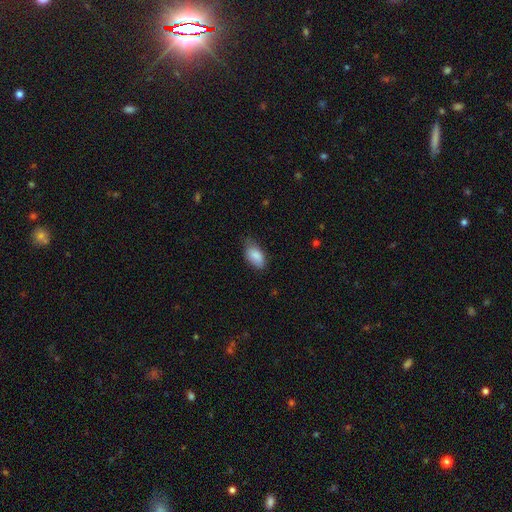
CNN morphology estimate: The model was most divided on "merging": none: 58%, minor disturbance: 34%, major disturbance: 6%, merger: 1%. More confident: how rounded — in between (93%); smooth or featured — smooth (86%).